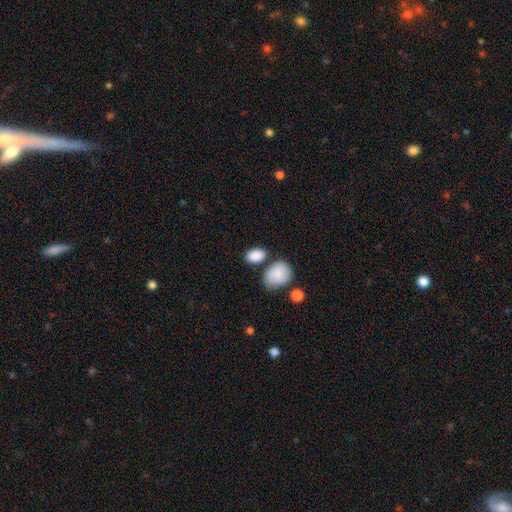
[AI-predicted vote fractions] A smooth galaxy with no disk features (88%) that is in between round and cigar-shaped (84%). Merging: none (67%).